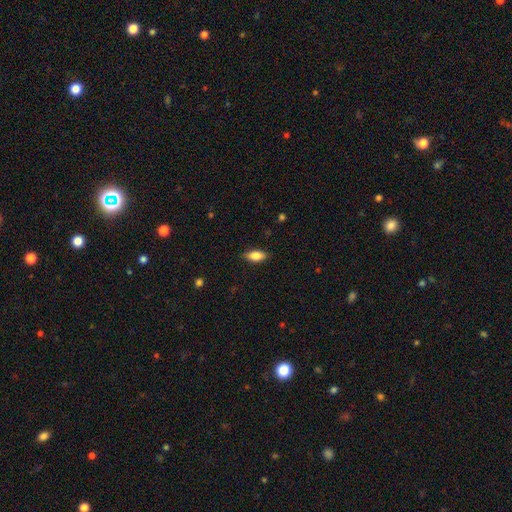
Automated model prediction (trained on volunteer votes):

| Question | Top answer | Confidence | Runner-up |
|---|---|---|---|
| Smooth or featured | smooth | 84% | featured or disk (9%) |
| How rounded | in between | 85% | cigar-shaped (12%) |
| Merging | none | 85% | minor disturbance (11%) |